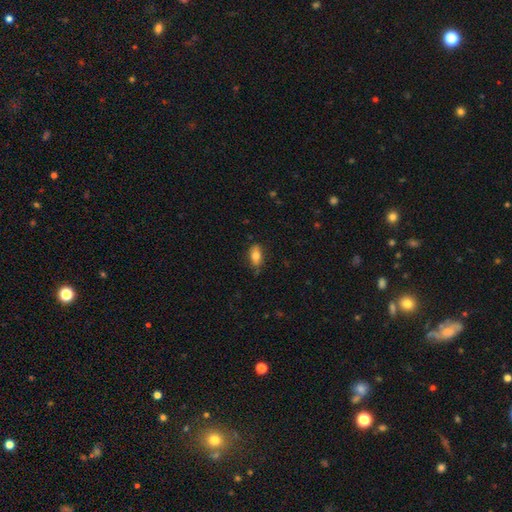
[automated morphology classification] Smooth or featured? Predicted: smooth (p=0.78). How rounded? Predicted: in between (p=0.88). Merging? Predicted: none (p=0.73).